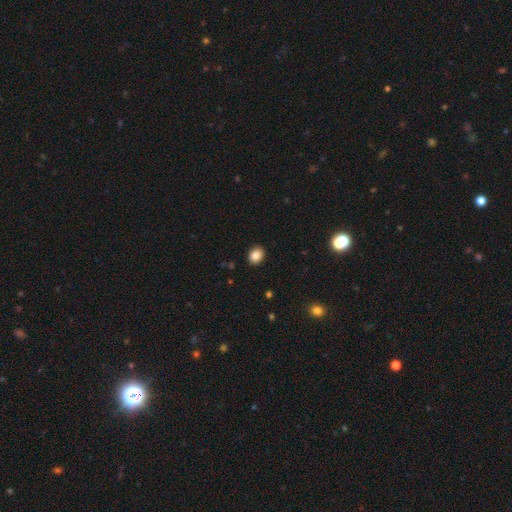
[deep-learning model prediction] This appears to be a smooth galaxy with no disk features (85%) that is round (54%). Merging: none (91%).